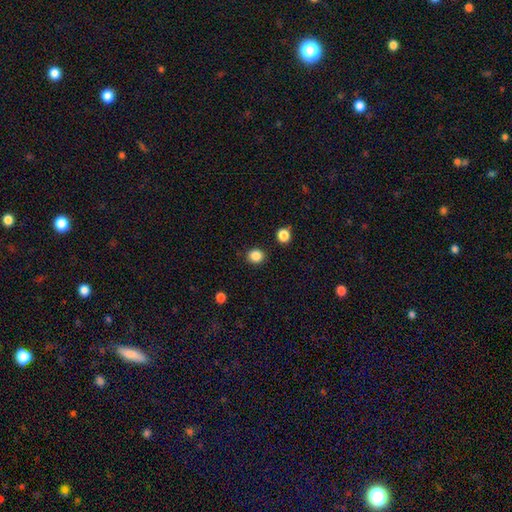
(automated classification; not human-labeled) smooth_or_featured: smooth (p=0.86) [alt: star or artifact p=0.10]
how_rounded: round (p=0.82) [alt: in between p=0.17]
merging: none (p=0.90) [alt: minor disturbance p=0.06]